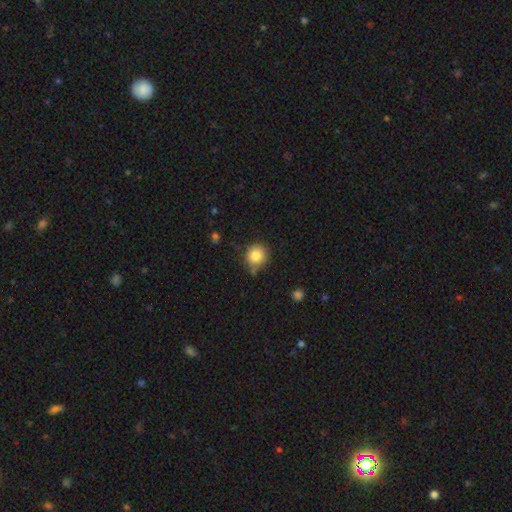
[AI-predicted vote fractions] smooth 84%, star or artifact 10%, featured or disk 6%. Down the decision tree: how rounded — round (89%); merging — none (75%).